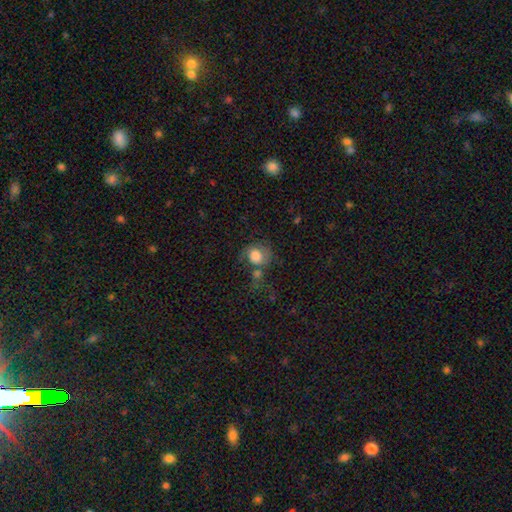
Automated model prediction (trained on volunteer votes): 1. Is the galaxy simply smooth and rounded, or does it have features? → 66% smooth, 25% featured or disk, 9% star or artifact.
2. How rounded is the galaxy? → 68% round, 31% in between, 1% cigar-shaped.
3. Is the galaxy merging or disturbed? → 32% none, 25% merger, 23% major disturbance, 20% minor disturbance.